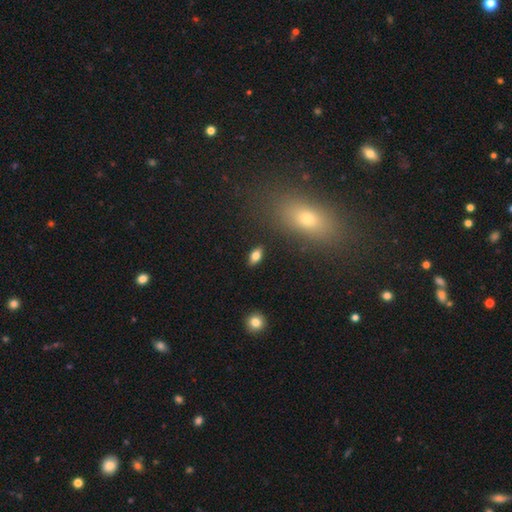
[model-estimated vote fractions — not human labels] smooth 77%, featured or disk 14%, star or artifact 9%. Down the decision tree: how rounded — in between (88%); merging — none (87%).